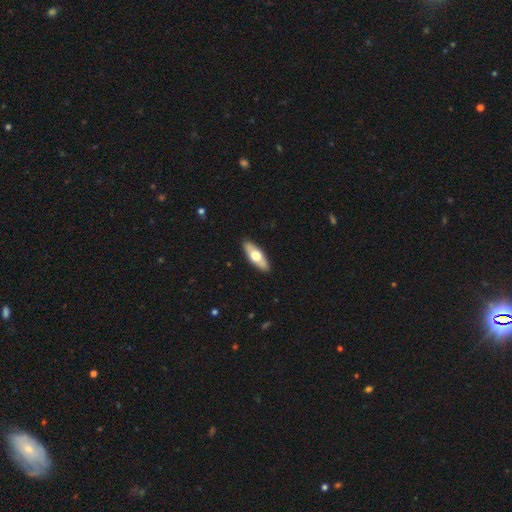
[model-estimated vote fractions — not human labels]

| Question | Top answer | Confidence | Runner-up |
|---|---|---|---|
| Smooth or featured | smooth | 54% | featured or disk (41%) |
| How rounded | in between | 59% | cigar-shaped (39%) |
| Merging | none | 90% | minor disturbance (7%) |